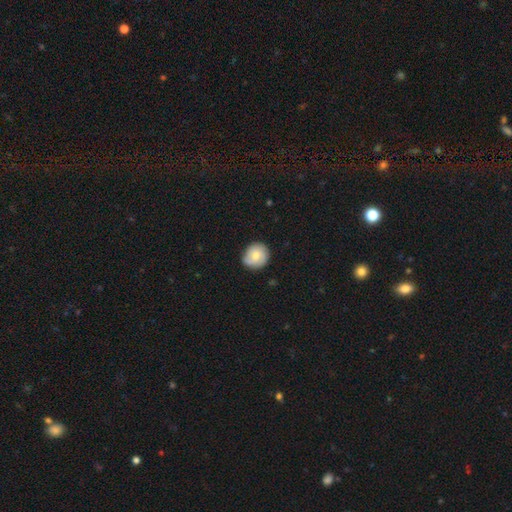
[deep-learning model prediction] This is likely a smooth galaxy (67%). How rounded: clearly round (87%). Merging: likely none (80%).